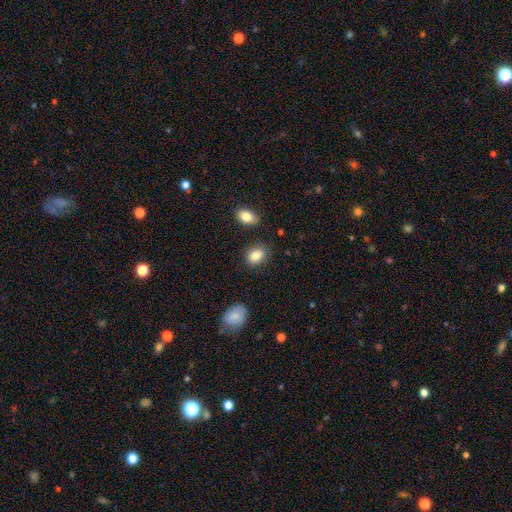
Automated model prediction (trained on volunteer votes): Overall: smooth (85%). How rounded: in between (72%). Merging: none (81%).